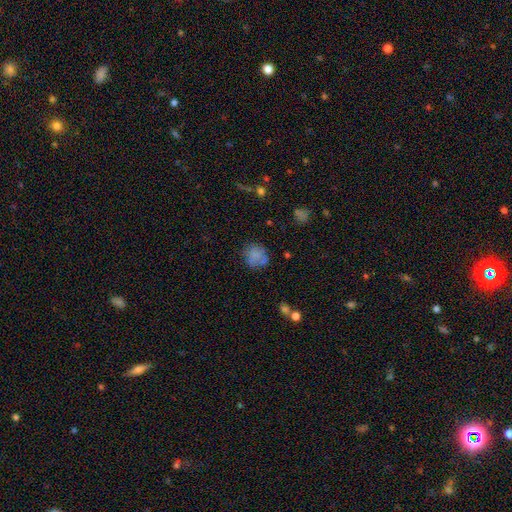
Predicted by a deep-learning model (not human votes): Smooth or featured: smooth — 76% (featured or disk — 12%)
How rounded: round — 81% (in between — 18%)
Merging: none — 66% (minor disturbance — 20%)